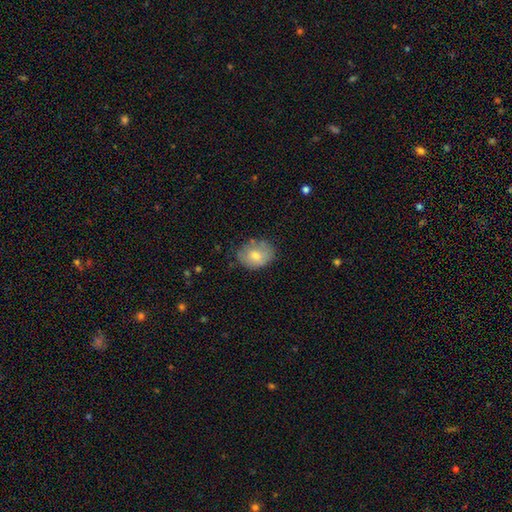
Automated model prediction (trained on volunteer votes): Smooth or featured?
  - smooth: 71% *
  - featured or disk: 21%
  - star or artifact: 9%
How rounded?
  - in between: 57% *
  - round: 42%
  - cigar-shaped: 1%
Merging?
  - none: 72% *
  - minor disturbance: 21%
  - major disturbance: 5%
  - merger: 2%